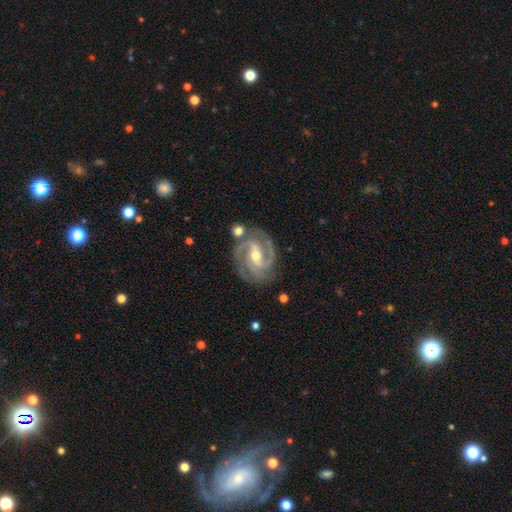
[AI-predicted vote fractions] Overall: featured or disk (92%). Edge-on disk: no (97%). Bar: strong (43%; weak 39%). Spiral arms: yes (98%). Spiral arm count: 3 (44%; 2 36%). Spiral winding: medium (48%; tight 45%). Bulge size: moderate (55%; small 42%). Merging: none (76%).